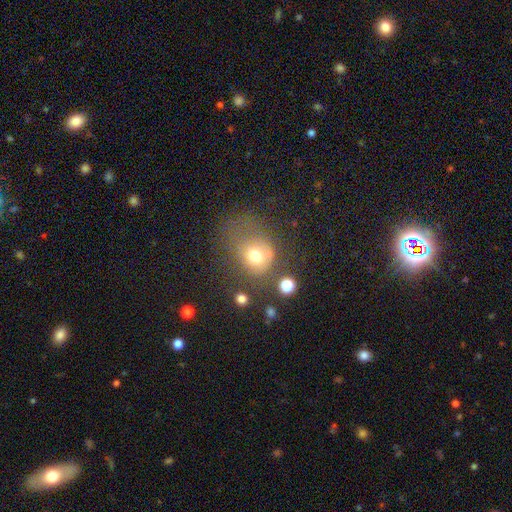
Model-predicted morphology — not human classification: Q: Smooth or featured?
A: smooth (69%); runner-up: featured or disk (18%)
Q: How rounded?
A: round (63%); runner-up: in between (36%)
Q: Merging?
A: none (38%); runner-up: major disturbance (28%)